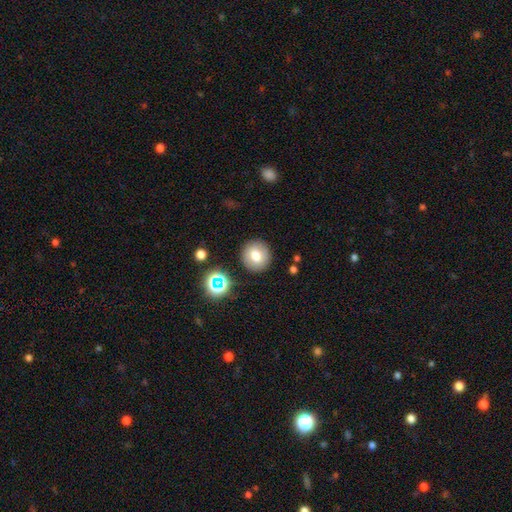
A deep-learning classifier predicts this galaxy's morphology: The model was most divided on "smooth or featured": smooth: 74%, featured or disk: 13%, star or artifact: 12%. More confident: how rounded — round (92%); merging — none (88%).